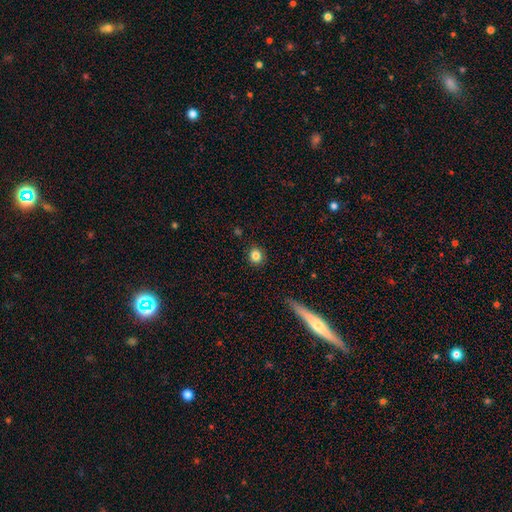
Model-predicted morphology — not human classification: Smooth or featured? smooth (84%)
How rounded? round (82%)
Merging? none (89%)